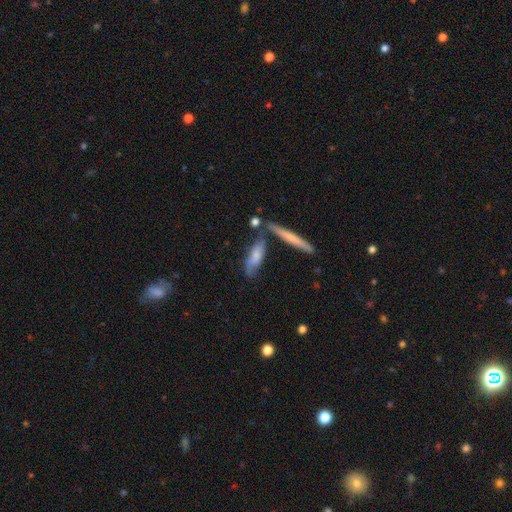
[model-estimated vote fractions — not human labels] Smooth or featured? Predicted: smooth (p=0.59). How rounded? Predicted: cigar-shaped (p=0.58). Merging? Predicted: none (p=0.53).